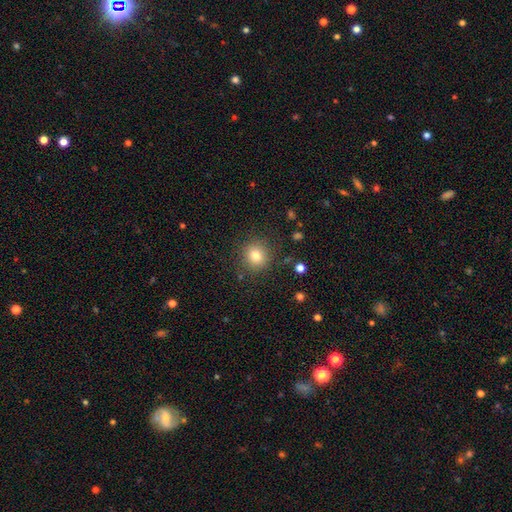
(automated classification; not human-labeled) A smooth galaxy with no disk features (80%) that is round (89%). Merging: none (87%).